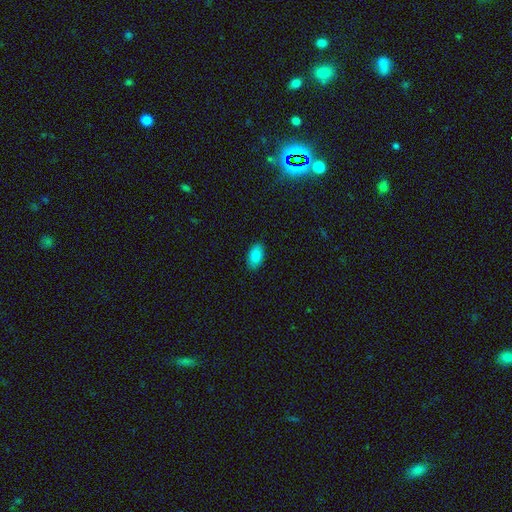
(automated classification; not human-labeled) smooth_or_featured: smooth (p=0.87) [alt: star or artifact p=0.08]
how_rounded: in between (p=0.94) [alt: round p=0.04]
merging: none (p=0.88) [alt: minor disturbance p=0.09]